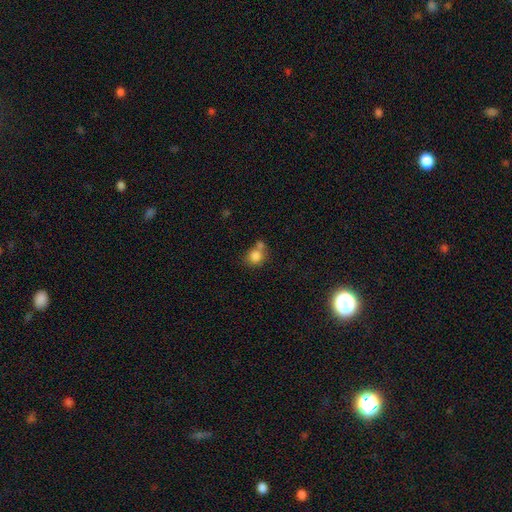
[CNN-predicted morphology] smooth-or-featured: smooth: 80% | star or artifact: 10% | featured or disk: 9%
  how-rounded: round: 71% | in between: 28% | cigar-shaped: 1%
  merging: none: 41% | merger: 38% | minor disturbance: 15% | major disturbance: 7%